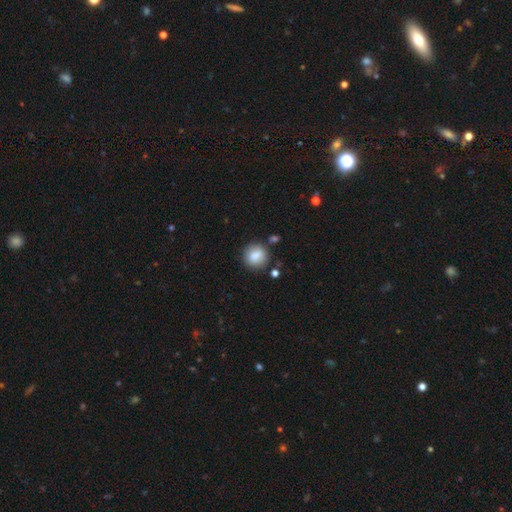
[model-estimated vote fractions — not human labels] Smooth or featured: smooth — 84% (star or artifact — 8%)
How rounded: round — 83% (in between — 16%)
Merging: none — 78% (minor disturbance — 13%)